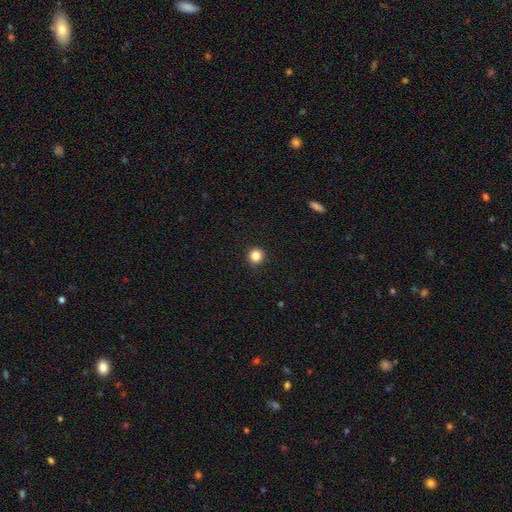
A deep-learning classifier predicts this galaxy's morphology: Smooth or featured: smooth — 85% (star or artifact — 11%)
How rounded: round — 94% (in between — 5%)
Merging: none — 91% (minor disturbance — 6%)